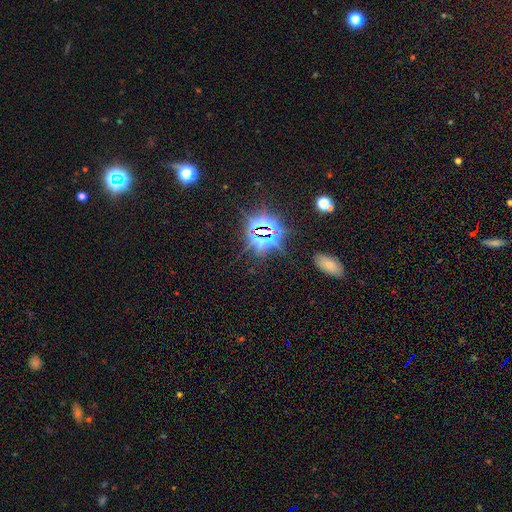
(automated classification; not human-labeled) A star or artifact, not a galaxy (77%).

Vote fractions:
- Smooth or featured? star or artifact: 77% / smooth: 14% / featured or disk: 8%